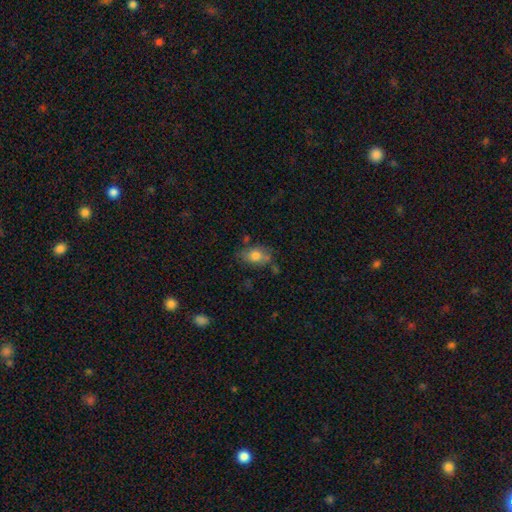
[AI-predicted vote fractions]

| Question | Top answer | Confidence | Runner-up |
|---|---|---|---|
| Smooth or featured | smooth | 74% | featured or disk (17%) |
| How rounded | in between | 81% | round (17%) |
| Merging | none | 61% | minor disturbance (24%) |